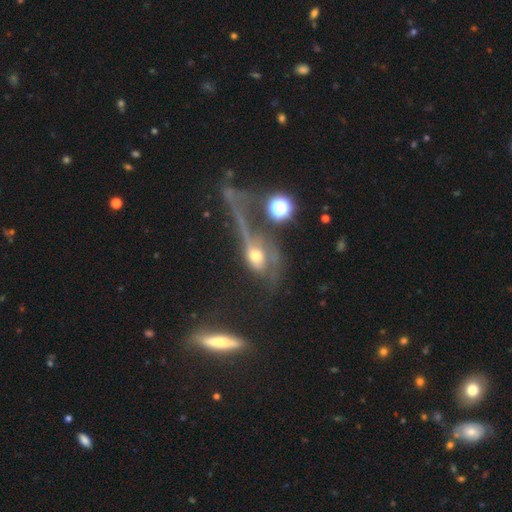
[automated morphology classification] This is possibly a featured or disk galaxy (59%). It is clearly not viewed edge-on (81%). Merging: marginally major disturbance (44%).